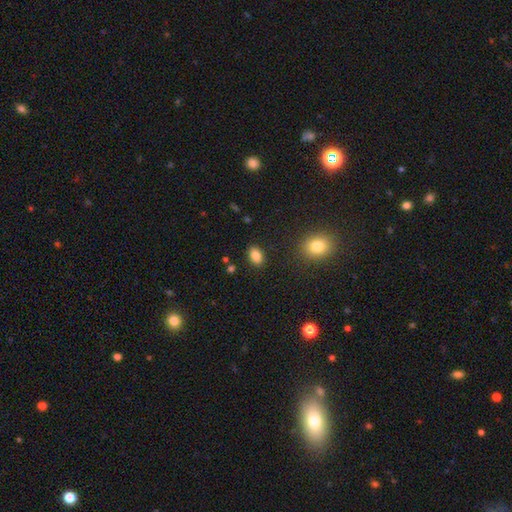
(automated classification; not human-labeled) Morphology: type=smooth (85%); roundness=in between (84%); merging=none (87%).